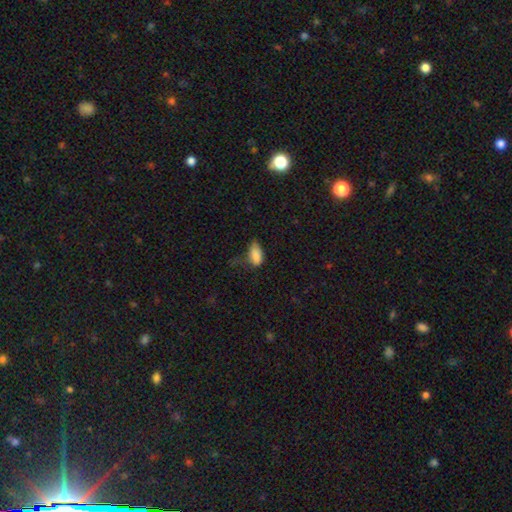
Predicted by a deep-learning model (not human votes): smooth 83%, star or artifact 9%, featured or disk 7%. Down the decision tree: how rounded — in between (90%); merging — minor disturbance (40%).